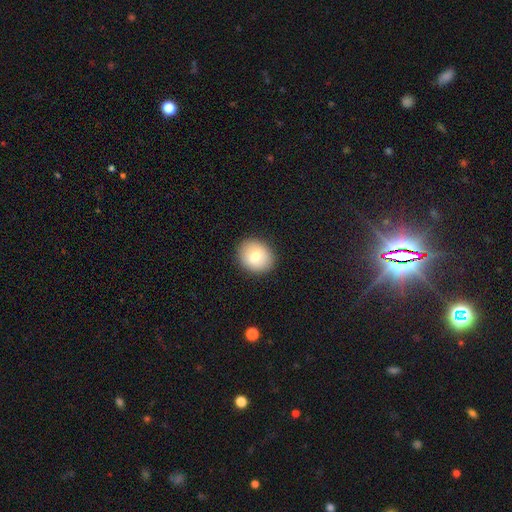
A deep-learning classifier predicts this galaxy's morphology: Overall: smooth (75%). How rounded: round (68%; in between 31%). Merging: none (90%).